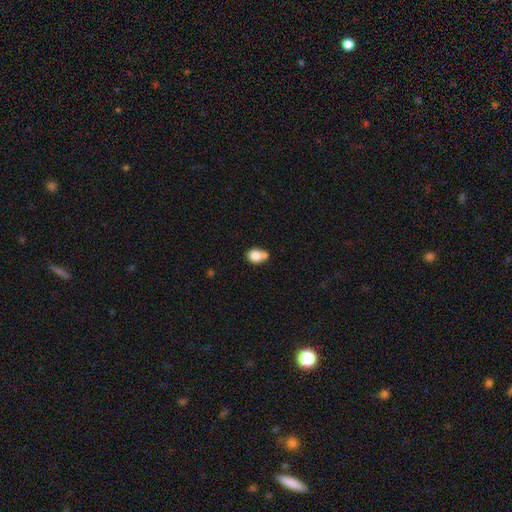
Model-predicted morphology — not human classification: A smooth galaxy with no disk features (81%) that is round (67%). Merging: merger (42%).